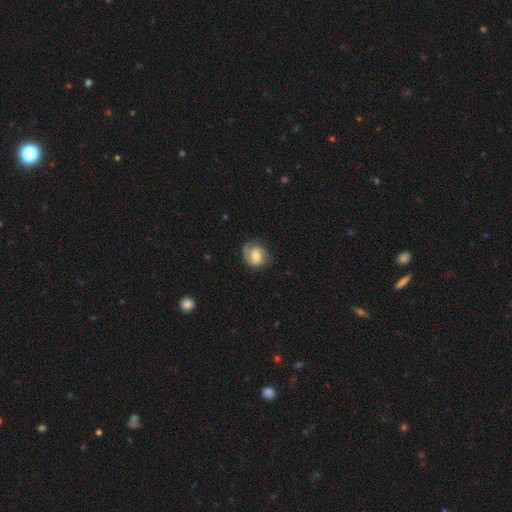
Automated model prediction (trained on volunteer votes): Overall: featured or disk (61%; smooth 32%). Edge-on disk: no (97%). Bar: no (44%; weak 43%). Spiral arms: yes (89%). Spiral arm count: 2 (71%). Spiral winding: medium (42%; tight 40%). Bulge size: moderate (61%; small 25%). Merging: none (72%).